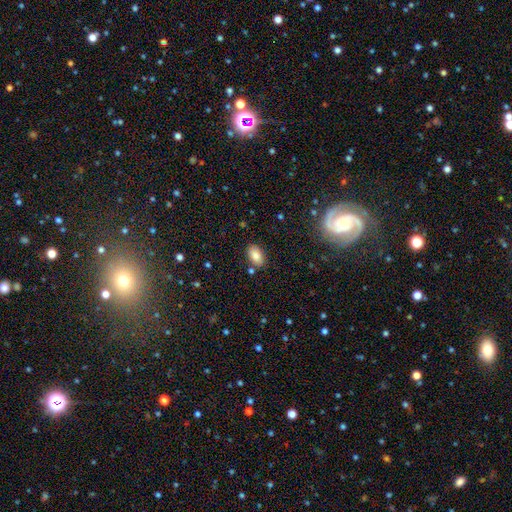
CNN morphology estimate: Q: Smooth or featured?
A: smooth (83%); runner-up: star or artifact (9%)
Q: How rounded?
A: in between (92%); runner-up: round (7%)
Q: Merging?
A: none (82%); runner-up: minor disturbance (11%)